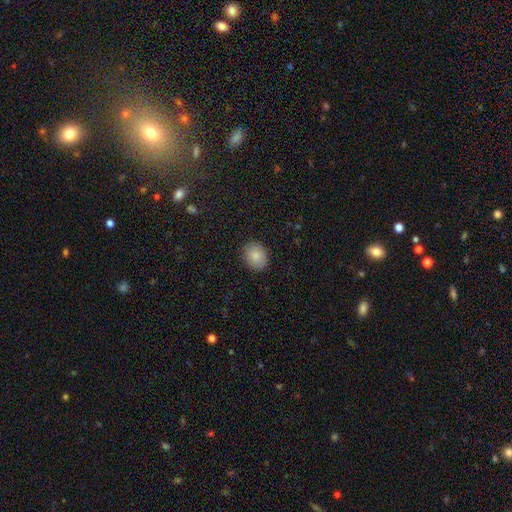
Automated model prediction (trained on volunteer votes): smooth 87%, star or artifact 8%, featured or disk 6%. Down the decision tree: how rounded — in between (54%); merging — none (88%).